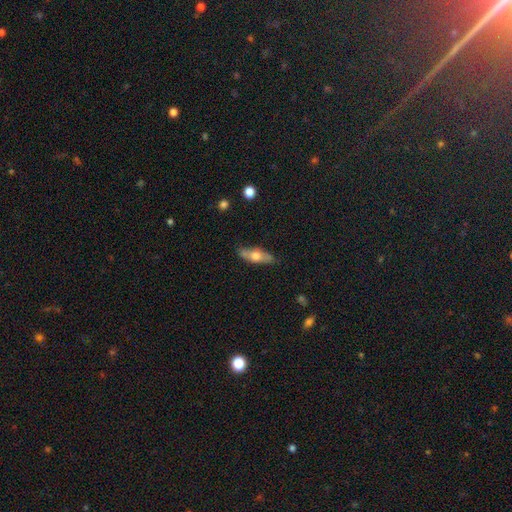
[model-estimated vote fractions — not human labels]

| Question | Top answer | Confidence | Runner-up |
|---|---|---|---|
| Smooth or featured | smooth | 54% | featured or disk (39%) |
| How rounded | in between | 59% | cigar-shaped (38%) |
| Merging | none | 78% | minor disturbance (17%) |